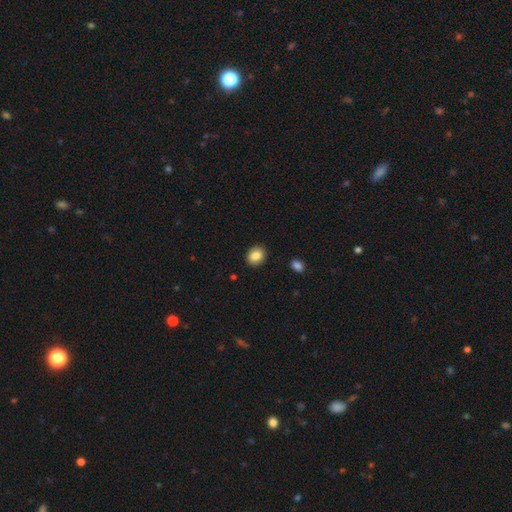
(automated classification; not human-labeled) Overall: smooth (86%). How rounded: round (52%; in between 47%). Merging: none (90%).